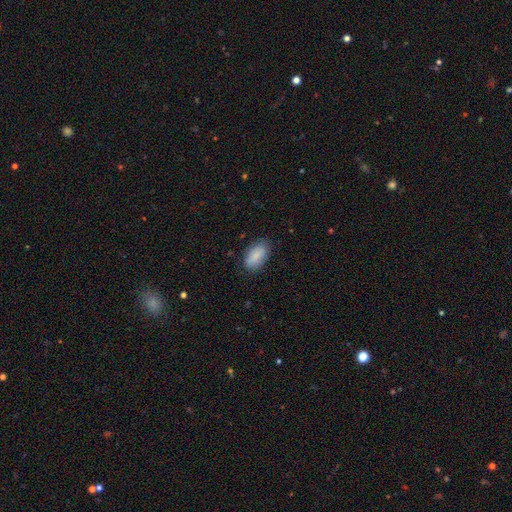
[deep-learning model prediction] This appears to be a smooth galaxy with no disk features (85%) that is in between round and cigar-shaped (93%). Merging: none (80%).